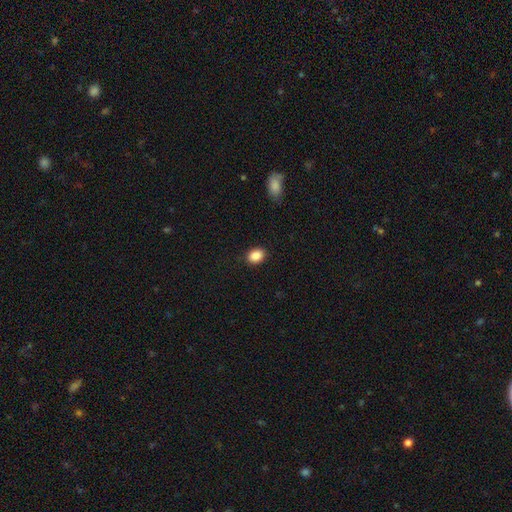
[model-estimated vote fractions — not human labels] The model was most divided on "how rounded": in between: 68%, round: 31%, cigar-shaped: 1%. More confident: merging — none (89%); smooth or featured — smooth (88%).